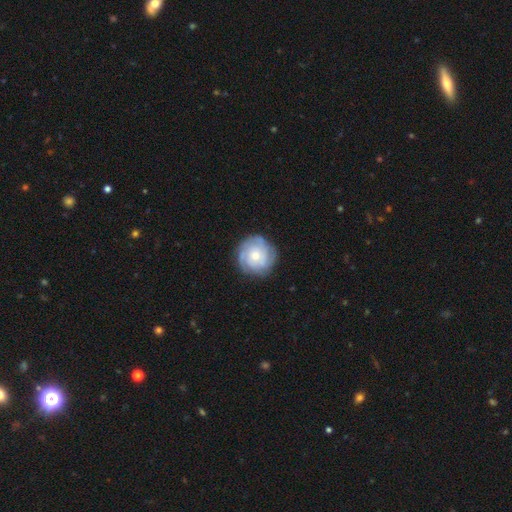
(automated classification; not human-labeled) This is likely a featured or disk galaxy (60%). It is clearly not viewed edge-on (97%). Bar: clearly no (83%). Spiral arm pattern: clearly yes (84%). Central bulge: possibly moderate (55%). Merging: likely none (80%).